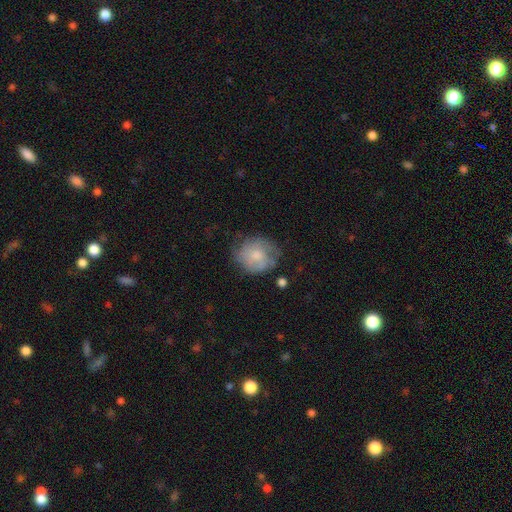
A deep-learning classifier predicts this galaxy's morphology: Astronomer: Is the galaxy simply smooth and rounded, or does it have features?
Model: smooth — 57% (runner-up: featured or disk, 36%).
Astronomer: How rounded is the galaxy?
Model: round — 76%.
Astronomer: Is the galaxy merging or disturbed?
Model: none — 58%.